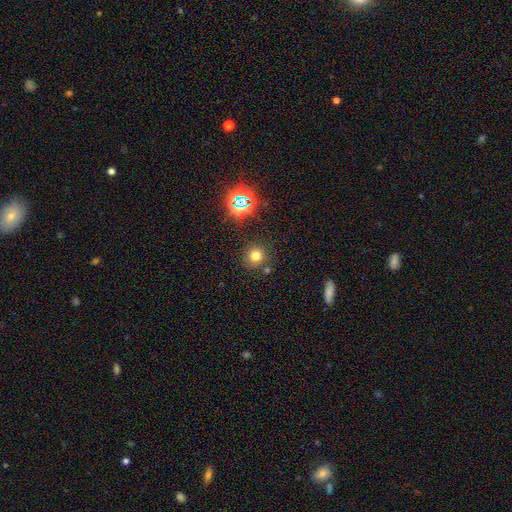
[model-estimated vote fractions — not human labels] Smooth or featured? Predicted: smooth (p=0.70). How rounded? Predicted: round (p=0.92). Merging? Predicted: none (p=0.81).